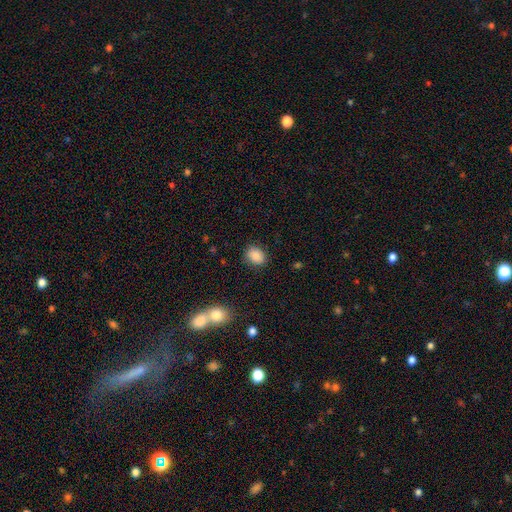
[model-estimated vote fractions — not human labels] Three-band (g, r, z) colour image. It shows a smooth galaxy with no disk features (86%) that is in between round and cigar-shaped (57%). Merging: none (85%).